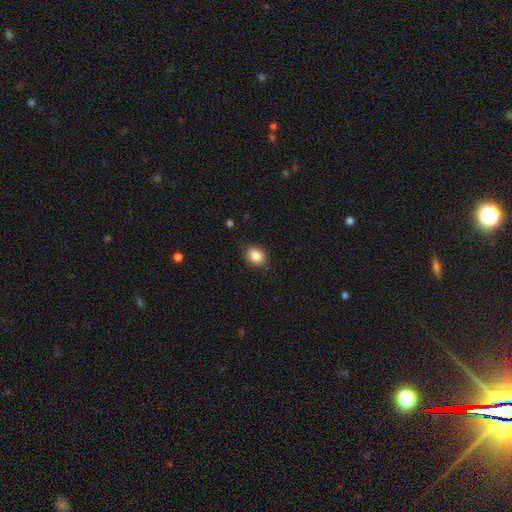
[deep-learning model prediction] smooth_or_featured: smooth (p=0.86) [alt: star or artifact p=0.09]
how_rounded: in between (p=0.62) [alt: round p=0.37]
merging: none (p=0.88) [alt: minor disturbance p=0.09]